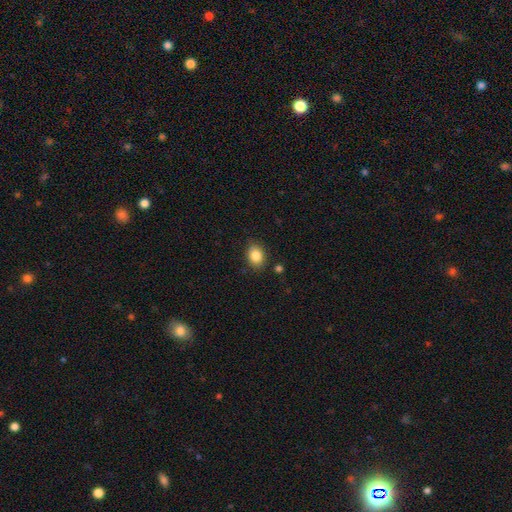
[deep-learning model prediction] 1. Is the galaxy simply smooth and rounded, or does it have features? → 85% smooth, 9% star or artifact, 6% featured or disk.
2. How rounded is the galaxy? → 61% in between, 38% round, 1% cigar-shaped.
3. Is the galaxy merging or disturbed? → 85% none, 10% minor disturbance, 2% major disturbance, 2% merger.